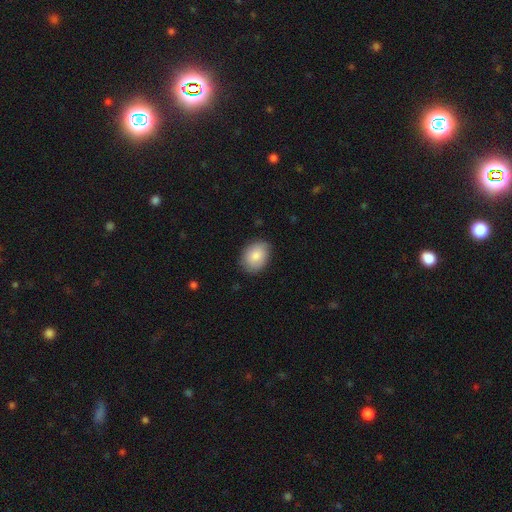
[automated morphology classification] The model was most divided on "how rounded": in between: 68%, round: 31%, cigar-shaped: 1%. More confident: smooth or featured — smooth (84%); merging — none (82%).